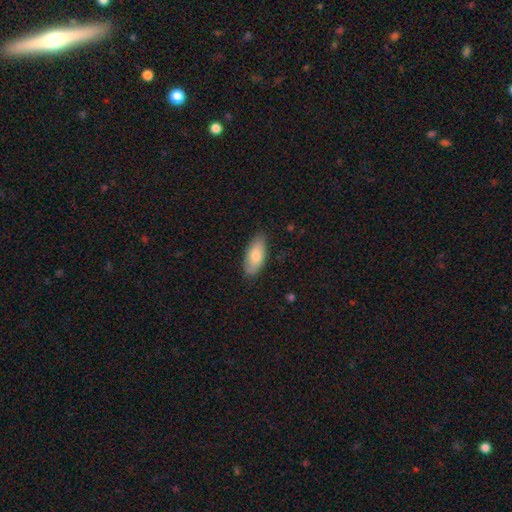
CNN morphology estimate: smooth 78%, featured or disk 17%, star or artifact 6%. Down the decision tree: how rounded — in between (88%); merging — none (83%).